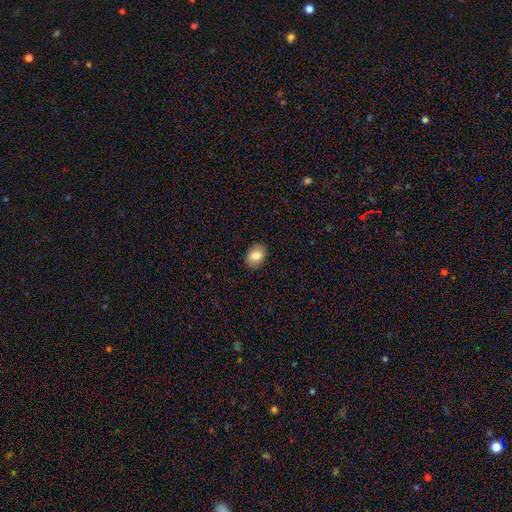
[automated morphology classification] Smooth or featured? smooth (82%)
How rounded? in between (64%)
Merging? none (87%)